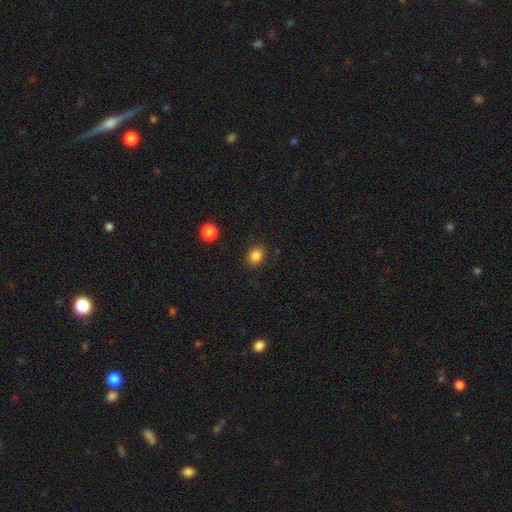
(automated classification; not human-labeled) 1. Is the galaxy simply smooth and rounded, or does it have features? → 84% smooth, 11% star or artifact, 5% featured or disk.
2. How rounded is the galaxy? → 58% in between, 41% round, 1% cigar-shaped.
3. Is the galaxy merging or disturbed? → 86% none, 10% minor disturbance, 3% major disturbance, 1% merger.